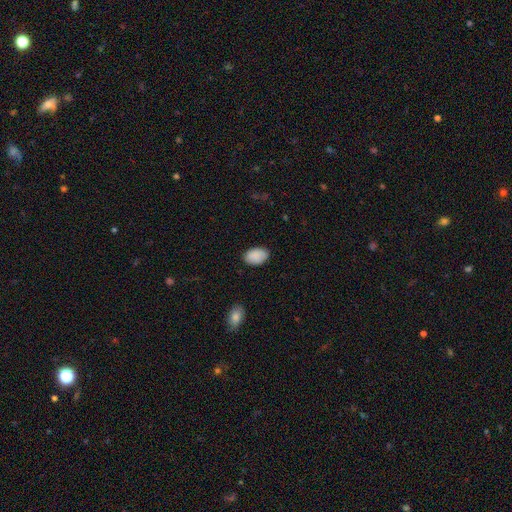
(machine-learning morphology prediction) The model was most divided on "merging": none: 85%, minor disturbance: 12%, major disturbance: 2%, merger: 1%. More confident: smooth or featured — smooth (90%); how rounded — in between (90%).